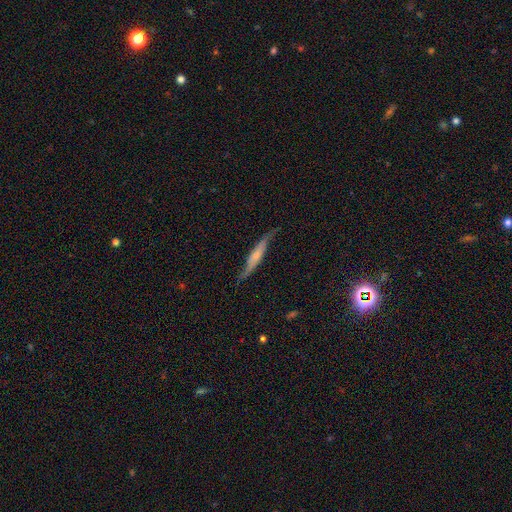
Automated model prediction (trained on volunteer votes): Morphology: type=featured or disk (60%); edge-on=yes (72%); merging=none (68%).